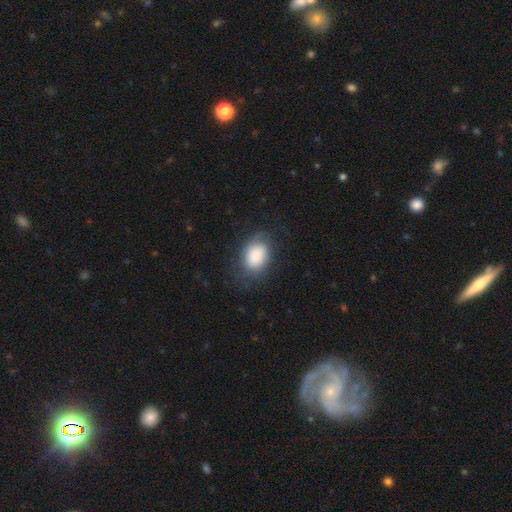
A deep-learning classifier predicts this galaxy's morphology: Smooth or featured: smooth — 82% (featured or disk — 11%)
How rounded: in between — 77% (round — 22%)
Merging: none — 69% (minor disturbance — 21%)